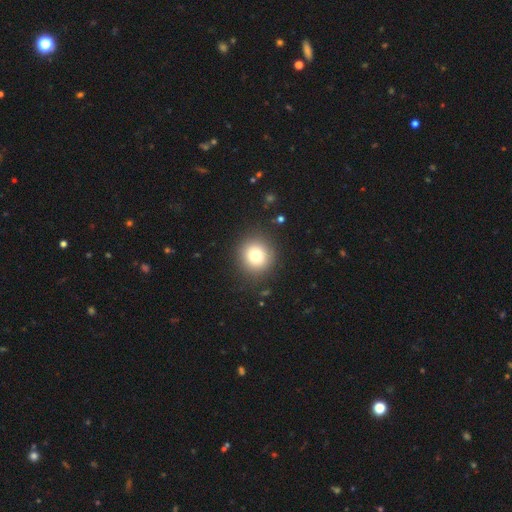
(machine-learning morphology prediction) smooth-or-featured: smooth: 77% | star or artifact: 12% | featured or disk: 11%
  how-rounded: round: 91% | in between: 8% | cigar-shaped: 1%
  merging: none: 88% | minor disturbance: 7% | major disturbance: 3% | merger: 1%